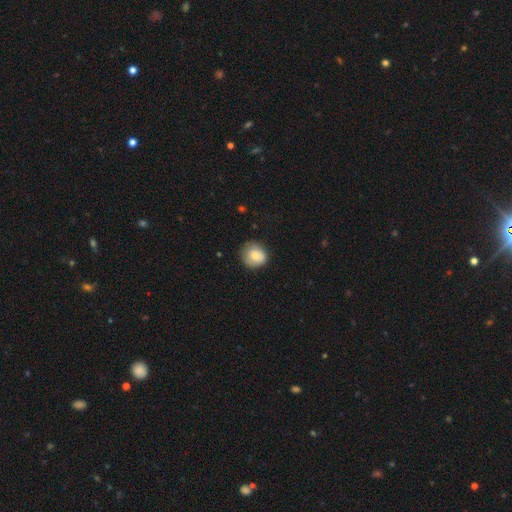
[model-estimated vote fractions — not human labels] Smooth or featured? Predicted: smooth (p=0.80). How rounded? Predicted: round (p=0.83). Merging? Predicted: none (p=0.70).